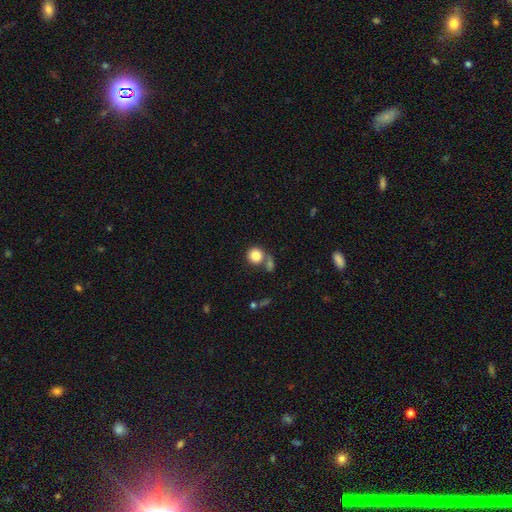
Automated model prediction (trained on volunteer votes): Smooth or featured?
  - smooth: 84% *
  - star or artifact: 9%
  - featured or disk: 7%
How rounded?
  - round: 88% *
  - in between: 11%
  - cigar-shaped: 1%
Merging?
  - none: 55% *
  - merger: 29%
  - minor disturbance: 11%
  - major disturbance: 6%